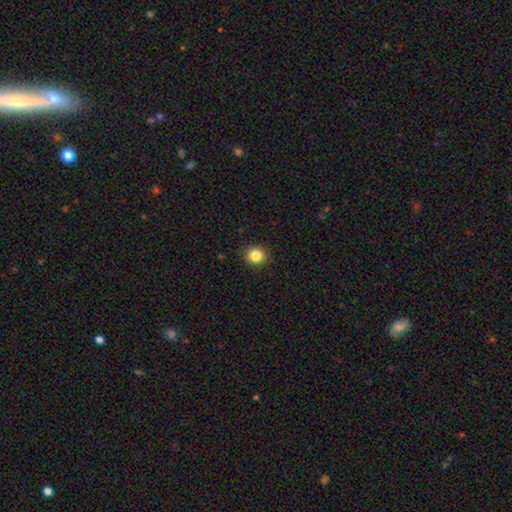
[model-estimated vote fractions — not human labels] smooth_or_featured: smooth (p=0.85) [alt: star or artifact p=0.11]
how_rounded: round (p=0.87) [alt: in between p=0.12]
merging: none (p=0.91) [alt: minor disturbance p=0.06]